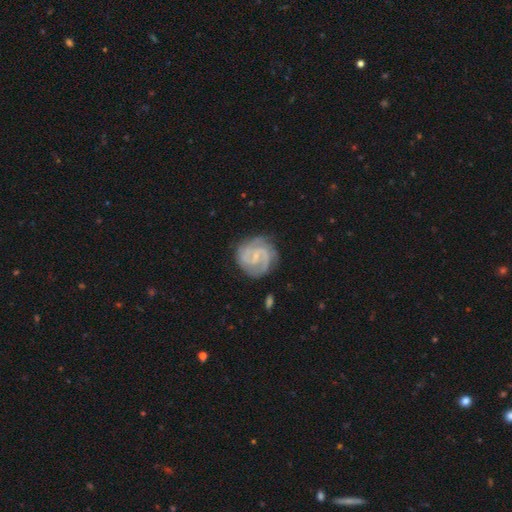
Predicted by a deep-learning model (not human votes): smooth-or-featured: featured or disk: 87% | smooth: 8% | star or artifact: 5%
  disk-edge-on: no: 98% | yes: 2%
    bar: weak: 53% | no: 32% | strong: 14%
    has-spiral-arms: yes: 97% | no: 3%
      spiral-winding: tight: 48% | medium: 43% | loose: 9%
      spiral-arm-count: 2: 67% | 3: 14% | can't tell: 9% | 4: 3% | 1: 3% | more than 4: 3%
    bulge-size: small: 68% | none: 17% | moderate: 14% | large: 1% | dominant: 1%
  merging: none: 77% | minor disturbance: 16% | major disturbance: 6% | merger: 2%